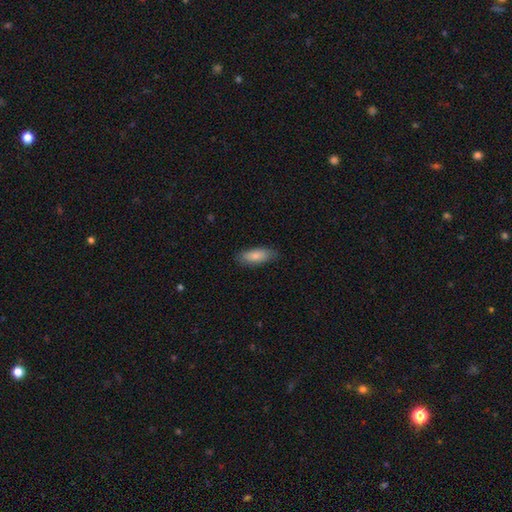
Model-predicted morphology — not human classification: Smooth or featured?
  - smooth: 83% *
  - featured or disk: 11%
  - star or artifact: 6%
How rounded?
  - in between: 75% *
  - cigar-shaped: 23%
  - round: 2%
Merging?
  - none: 82% *
  - minor disturbance: 14%
  - major disturbance: 3%
  - merger: 1%